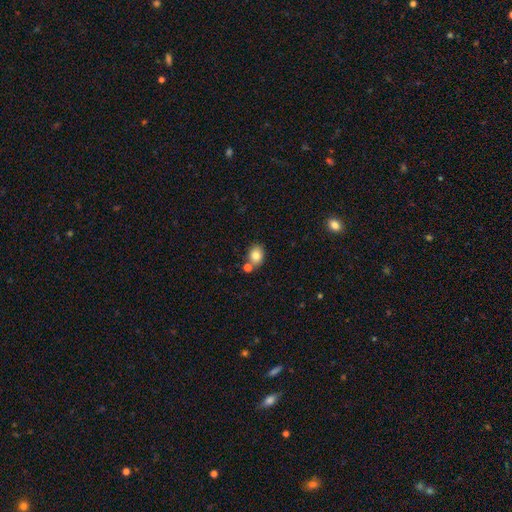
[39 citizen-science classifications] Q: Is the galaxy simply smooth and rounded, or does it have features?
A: smooth — 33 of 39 (85%).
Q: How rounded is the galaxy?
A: round — 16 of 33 (48%, tied with in between).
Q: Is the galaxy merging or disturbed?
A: none — 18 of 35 (51%).